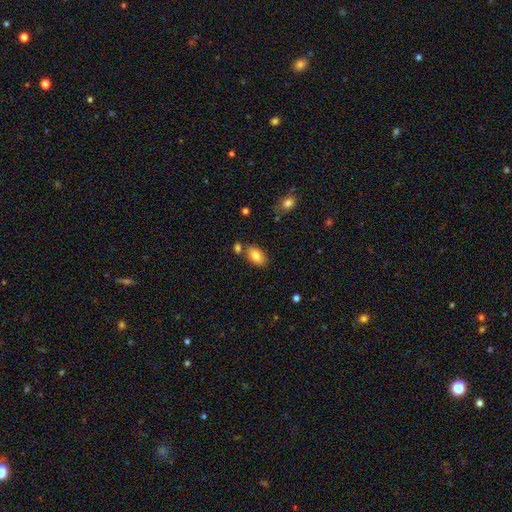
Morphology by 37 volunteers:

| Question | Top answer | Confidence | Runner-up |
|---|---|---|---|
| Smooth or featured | smooth | 92% | featured or disk (5%) |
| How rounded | in between | 94% | round (6%) |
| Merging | none | 67% | merger (17%) |